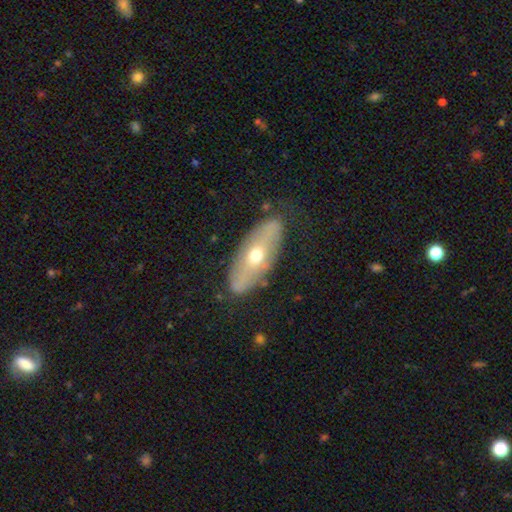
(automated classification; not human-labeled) smooth-or-featured: featured or disk: 48% | smooth: 46% | star or artifact: 6%
  merging: none: 78% | minor disturbance: 15% | major disturbance: 5% | merger: 2%